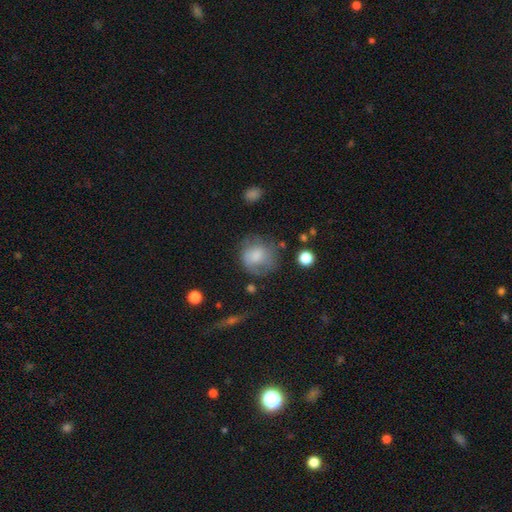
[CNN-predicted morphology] A smooth galaxy with no disk features (71%) that is round (75%).

Vote fractions:
- Smooth or featured? smooth: 71% / featured or disk: 20% / star or artifact: 10%
- How rounded? round: 75% / in between: 24% / cigar-shaped: 1%
- Merging? none: 49% / minor disturbance: 26% / major disturbance: 21% / merger: 3%